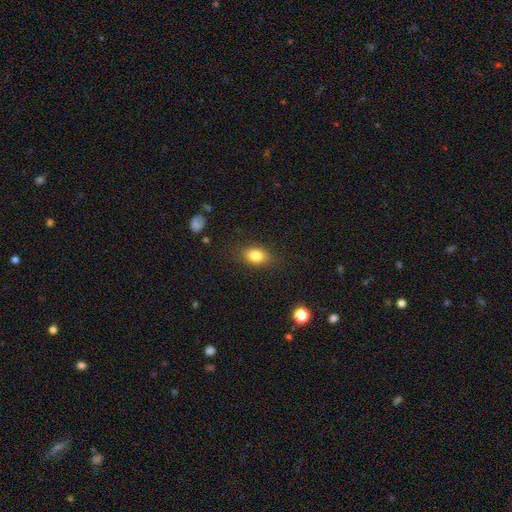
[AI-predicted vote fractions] smooth 81%, star or artifact 9%, featured or disk 9%. Down the decision tree: how rounded — in between (76%); merging — none (84%).